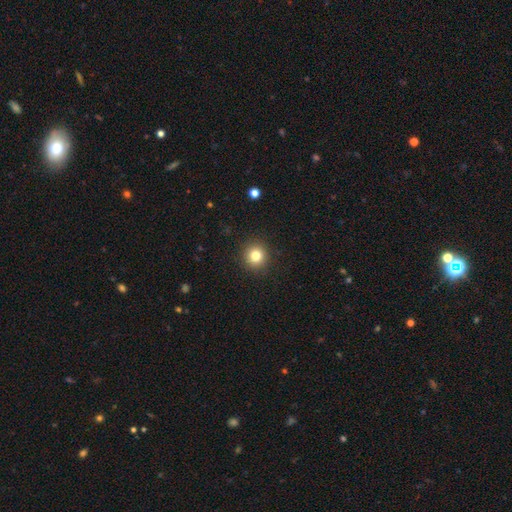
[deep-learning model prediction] Morphology: type=smooth (81%); roundness=round (93%); merging=none (92%).